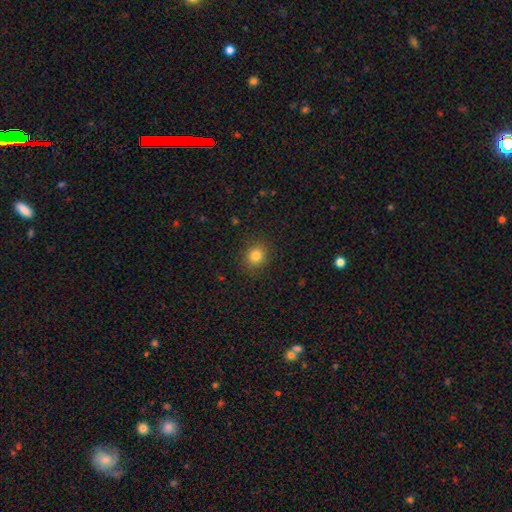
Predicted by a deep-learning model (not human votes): The model was most divided on "how rounded": round: 81%, in between: 18%, cigar-shaped: 1%. More confident: merging — none (89%); smooth or featured — smooth (82%).